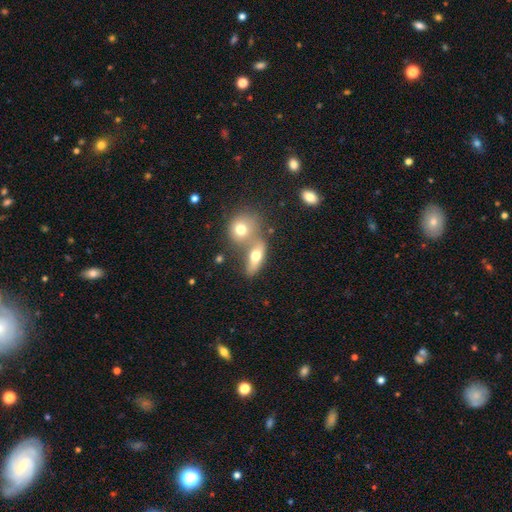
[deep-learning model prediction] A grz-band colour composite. It shows a smooth galaxy with no disk features (67%) that is in between round and cigar-shaped (66%). Merging: merger (54%).